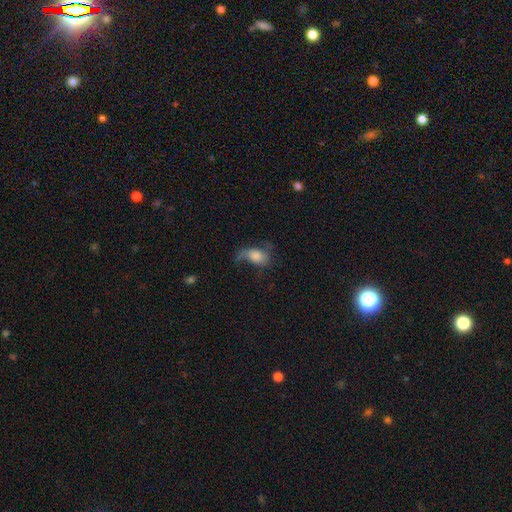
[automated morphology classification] Smooth or featured?
  - smooth: 49% *
  - featured or disk: 40%
  - star or artifact: 11%
Merging?
  - major disturbance: 36% *
  - none: 35%
  - minor disturbance: 25%
  - merger: 3%